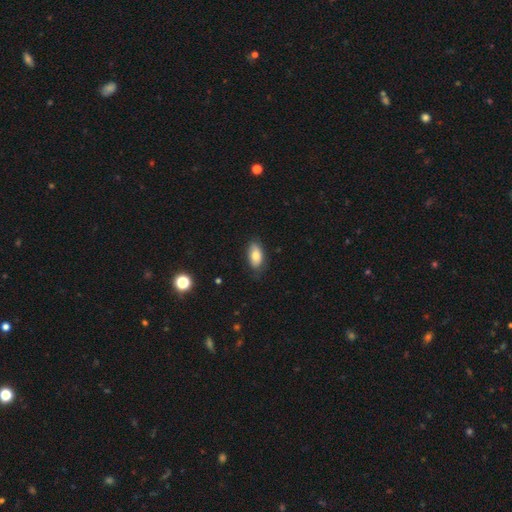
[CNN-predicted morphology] Overall: smooth (79%). How rounded: in between (91%). Merging: none (78%).